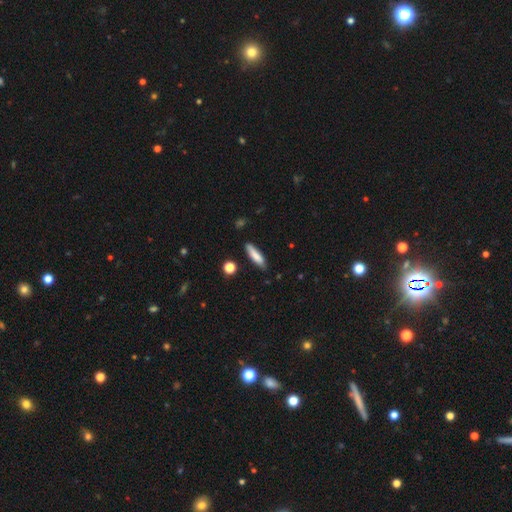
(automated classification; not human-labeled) smooth_or_featured: smooth (p=0.78) [alt: featured or disk p=0.15]
how_rounded: cigar-shaped (p=0.78) [alt: in between p=0.20]
merging: none (p=0.81) [alt: minor disturbance p=0.14]